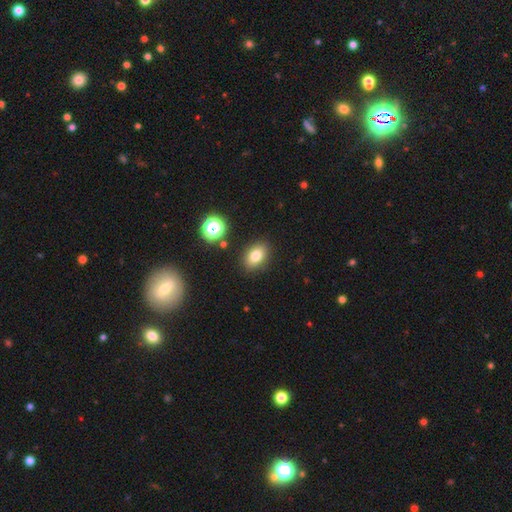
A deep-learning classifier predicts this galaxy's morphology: type=smooth (79%); roundness=in between (80%); merging=none (86%).